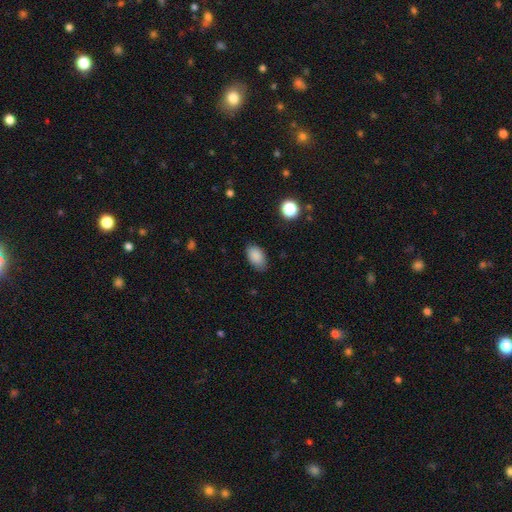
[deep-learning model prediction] Smooth or featured?
  - smooth: 87% *
  - star or artifact: 8%
  - featured or disk: 5%
How rounded?
  - in between: 91% *
  - round: 7%
  - cigar-shaped: 2%
Merging?
  - none: 81% *
  - minor disturbance: 15%
  - major disturbance: 3%
  - merger: 1%